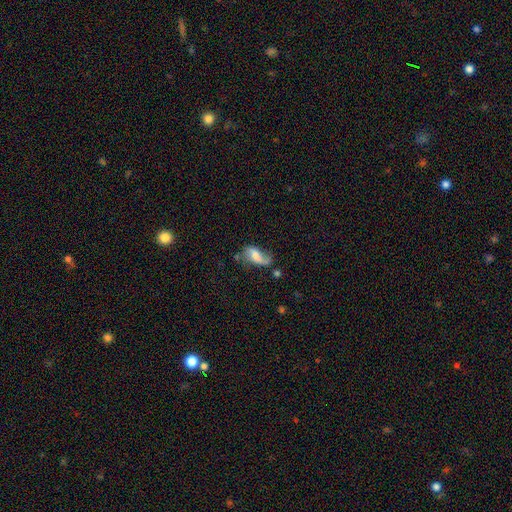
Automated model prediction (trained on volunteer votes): Q: Smooth or featured?
A: featured or disk (53%); runner-up: smooth (38%)
Q: Edge-on disk?
A: no (93%); runner-up: yes (7%)
Q: Merging?
A: none (43%); runner-up: minor disturbance (28%)